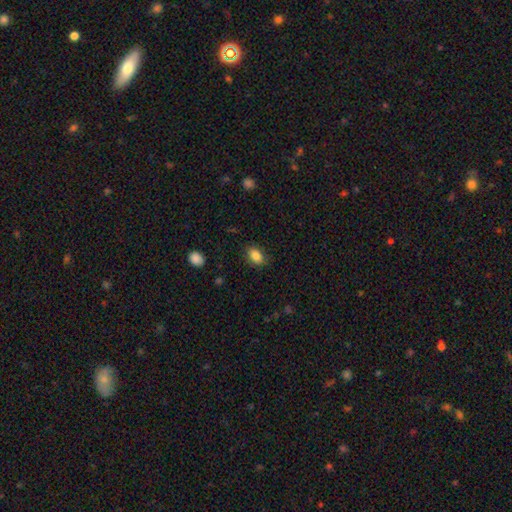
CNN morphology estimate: Smooth or featured: smooth — 86% (star or artifact — 9%)
How rounded: in between — 83% (round — 15%)
Merging: none — 85% (minor disturbance — 11%)